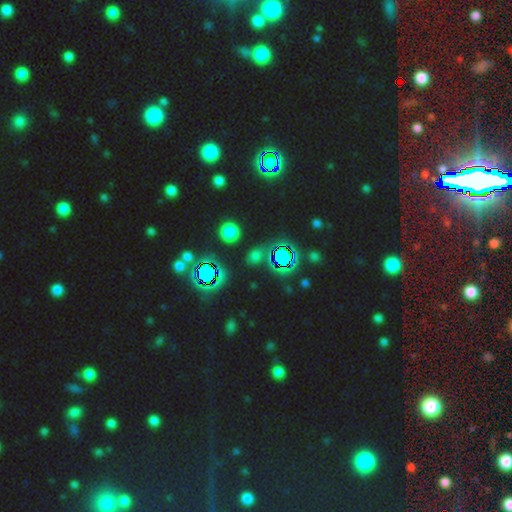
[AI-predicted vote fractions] Smooth or featured?
  - star or artifact: 57% *
  - smooth: 31%
  - featured or disk: 11%